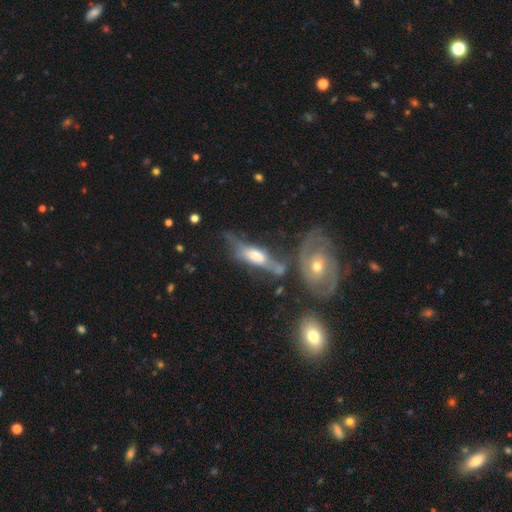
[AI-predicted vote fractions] Q: Smooth or featured?
A: featured or disk (63%); runner-up: smooth (29%)
Q: Edge-on disk?
A: no (55%); runner-up: yes (45%)
Q: Merging?
A: none (32%); runner-up: merger (28%)